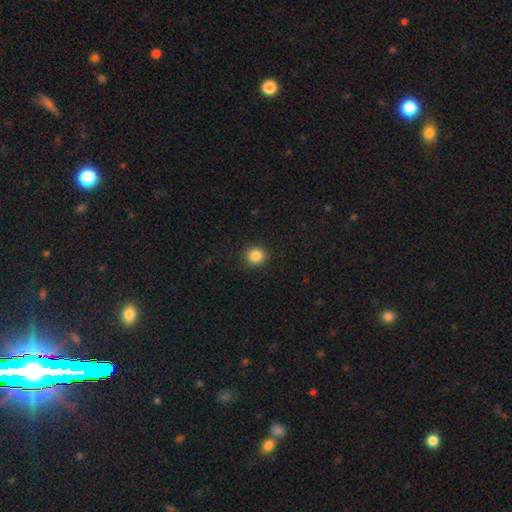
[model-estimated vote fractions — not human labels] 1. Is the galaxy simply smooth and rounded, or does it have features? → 85% smooth, 11% star or artifact, 4% featured or disk.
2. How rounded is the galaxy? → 92% round, 7% in between, 1% cigar-shaped.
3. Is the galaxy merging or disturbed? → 92% none, 5% minor disturbance, 2% major disturbance, 1% merger.